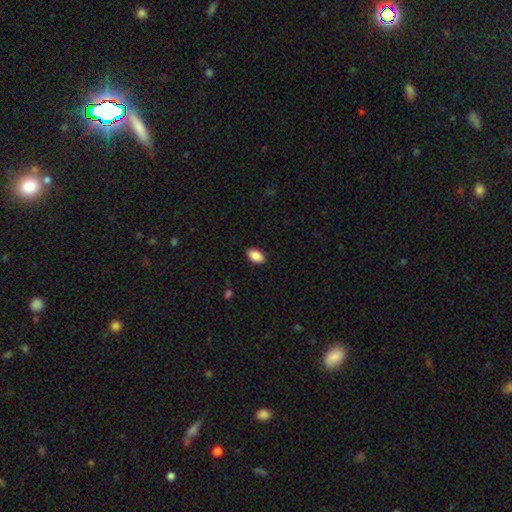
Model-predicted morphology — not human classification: Q: Smooth or featured?
A: smooth (88%); runner-up: star or artifact (7%)
Q: How rounded?
A: in between (92%); runner-up: round (6%)
Q: Merging?
A: none (89%); runner-up: minor disturbance (9%)